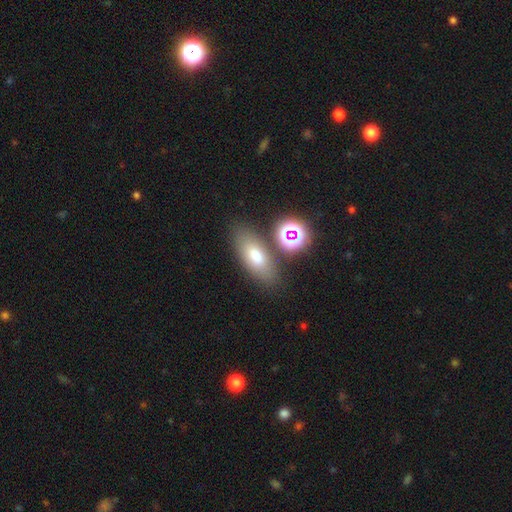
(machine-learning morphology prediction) A smooth galaxy with no disk features (70%) that is in between round and cigar-shaped (78%). Merging: none (77%).